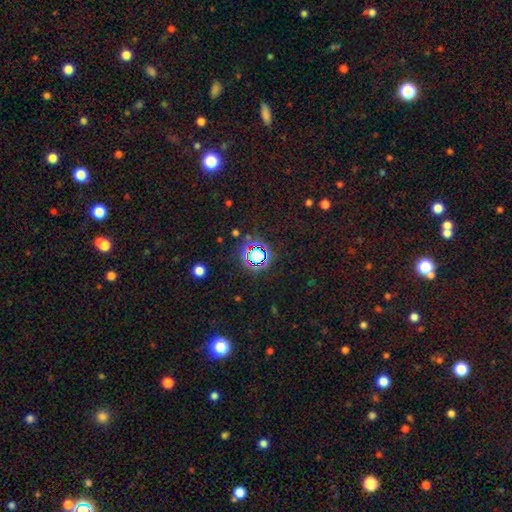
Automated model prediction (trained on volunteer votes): Q: Smooth or featured?
A: star or artifact (77%); runner-up: smooth (16%)